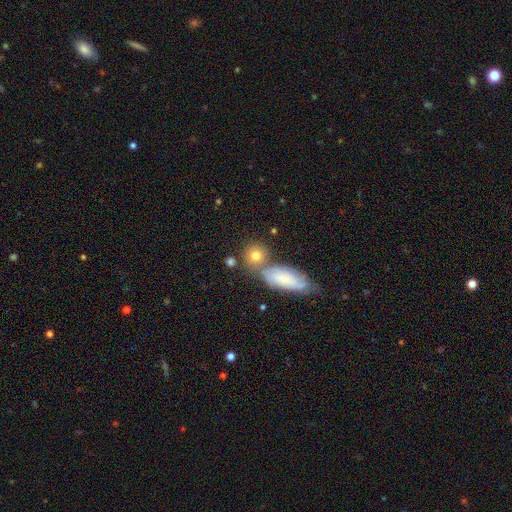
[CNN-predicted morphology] This appears to be a smooth galaxy with no disk features (76%) that is round (77%). Merging: none (62%).